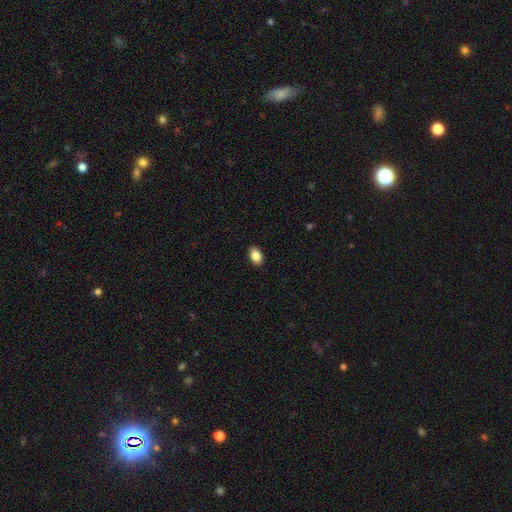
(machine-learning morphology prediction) Q: Smooth or featured?
A: smooth (88%); runner-up: star or artifact (8%)
Q: How rounded?
A: in between (87%); runner-up: round (11%)
Q: Merging?
A: none (90%); runner-up: minor disturbance (7%)